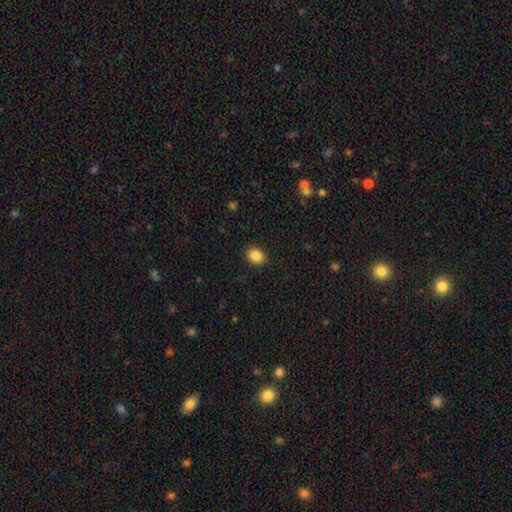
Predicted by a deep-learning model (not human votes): Morphology: type=smooth (87%); roundness=round (55%); merging=none (90%).